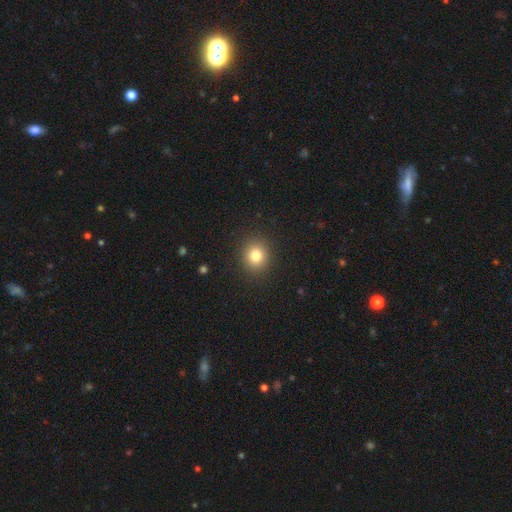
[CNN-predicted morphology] This appears to be a smooth galaxy with no disk features (81%) that is round (81%). Merging: none (90%).